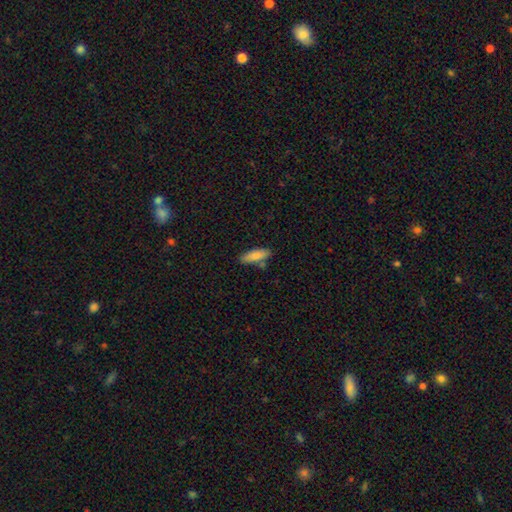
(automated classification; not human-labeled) Morphology: type=smooth (83%); roundness=in between (60%); merging=none (75%).